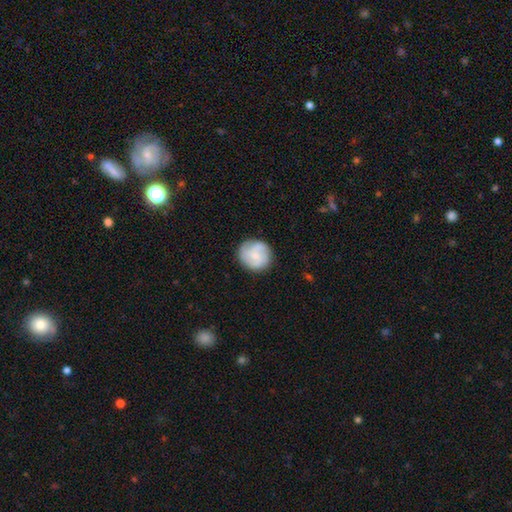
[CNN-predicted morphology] Smooth or featured? Predicted: smooth (p=0.48). Merging? Predicted: none (p=0.82).